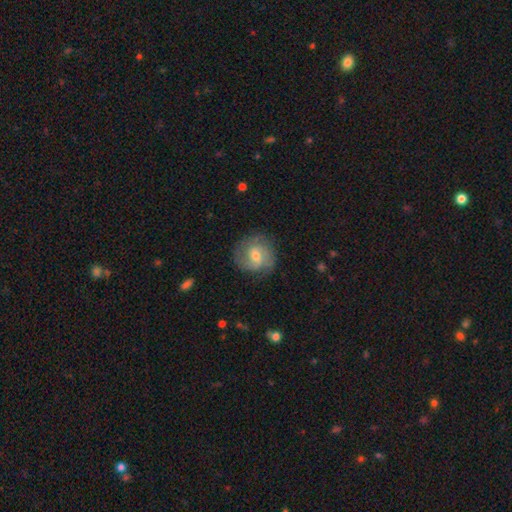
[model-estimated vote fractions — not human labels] This appears to be a featured or disk galaxy (61%) with a weak bar (47%), 2 (54%) tight (43%) spiral arms (86%) and a moderate central bulge (62%). Merging: none (76%).